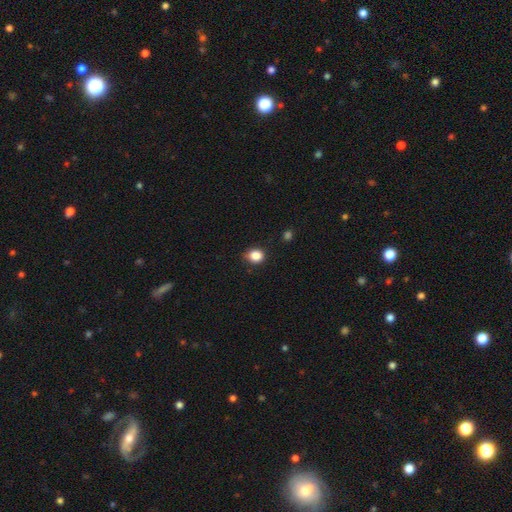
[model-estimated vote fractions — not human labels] Morphology: type=smooth (85%); roundness=round (65%); merging=none (78%).